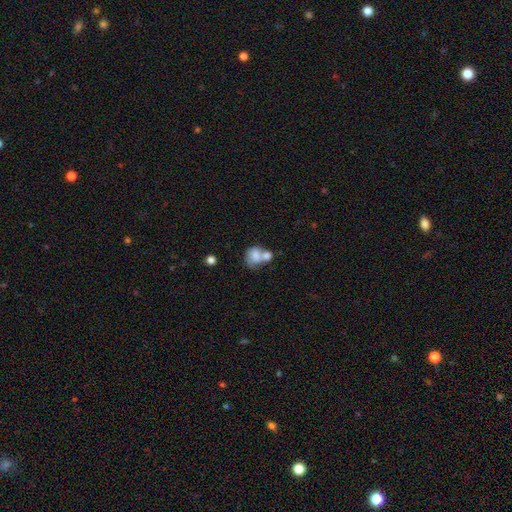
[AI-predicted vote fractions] Smooth or featured: smooth — 74% (featured or disk — 18%)
How rounded: in between — 50% (round — 49%)
Merging: merger — 63% (none — 20%)